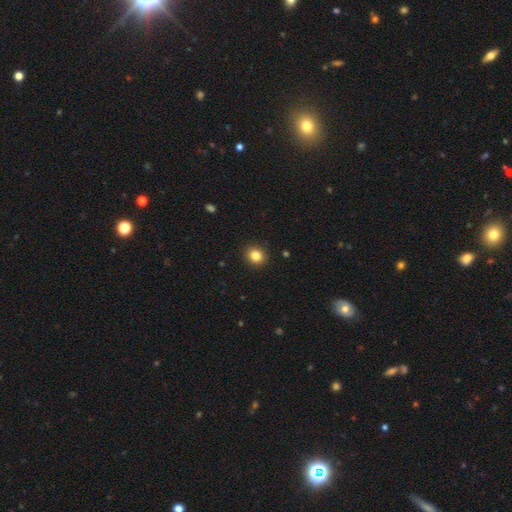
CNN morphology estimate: smooth-or-featured: smooth: 84% | star or artifact: 11% | featured or disk: 5%
  how-rounded: round: 79% | in between: 20% | cigar-shaped: 1%
  merging: none: 92% | minor disturbance: 6% | major disturbance: 2% | merger: 1%